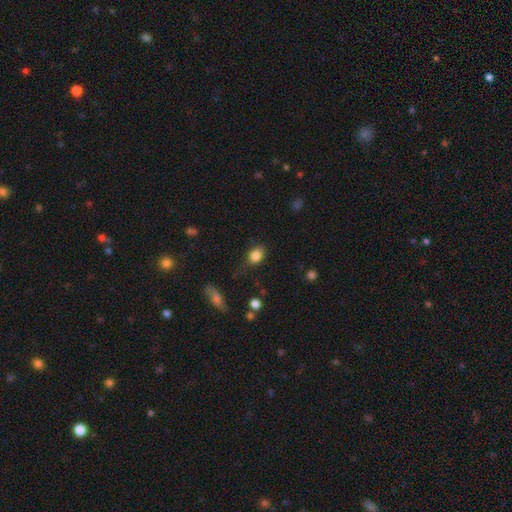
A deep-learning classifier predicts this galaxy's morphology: Smooth or featured?
  - smooth: 84% *
  - star or artifact: 9%
  - featured or disk: 6%
How rounded?
  - in between: 69% *
  - round: 30%
  - cigar-shaped: 2%
Merging?
  - none: 74% *
  - minor disturbance: 19%
  - major disturbance: 5%
  - merger: 2%